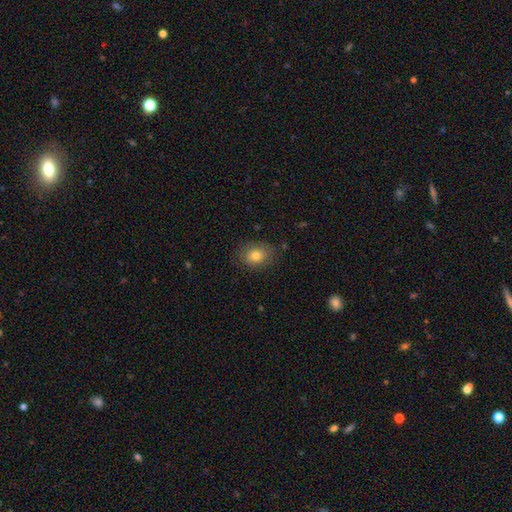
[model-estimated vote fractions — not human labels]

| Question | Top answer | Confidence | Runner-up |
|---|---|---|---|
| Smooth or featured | smooth | 78% | featured or disk (12%) |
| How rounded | in between | 51% | round (48%) |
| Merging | none | 81% | minor disturbance (14%) |